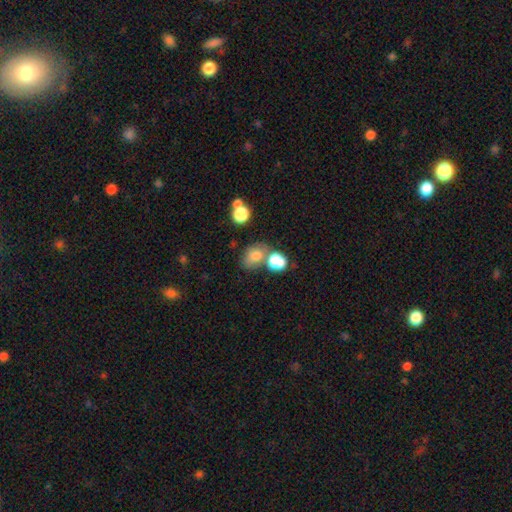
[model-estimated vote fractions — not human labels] smooth_or_featured: smooth (p=0.73) [alt: featured or disk p=0.14]
how_rounded: in between (p=0.62) [alt: round p=0.37]
merging: merger (p=0.40) [alt: none p=0.39]